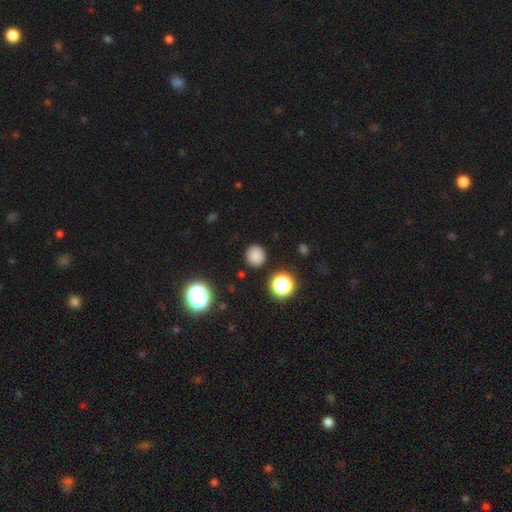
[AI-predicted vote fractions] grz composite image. It shows a smooth galaxy with no disk features (81%) that is round (92%). Merging: none (88%).